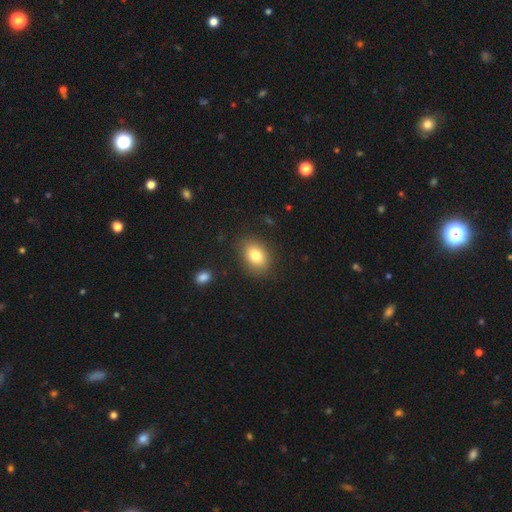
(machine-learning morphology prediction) Overall: smooth (81%). How rounded: in between (74%). Merging: none (86%).